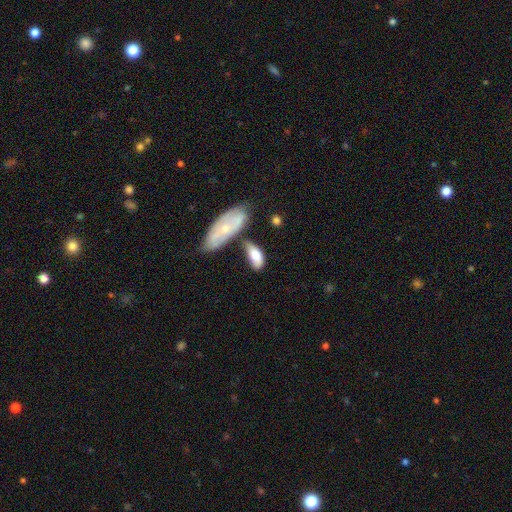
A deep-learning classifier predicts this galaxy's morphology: type=smooth (72%); roundness=in between (85%); merging=none (45%).